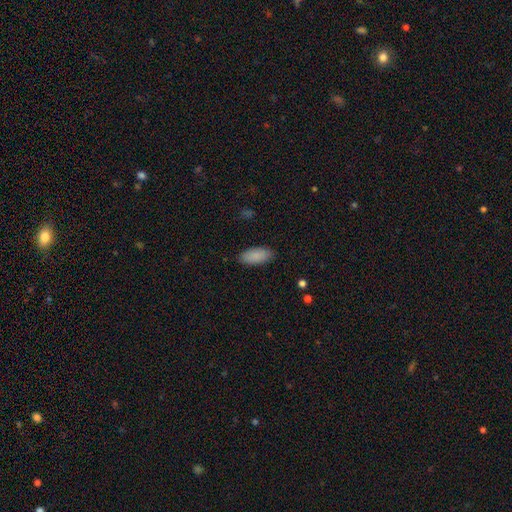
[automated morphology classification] A smooth galaxy with no disk features (89%) that is in between round and cigar-shaped (88%). Merging: none (87%).